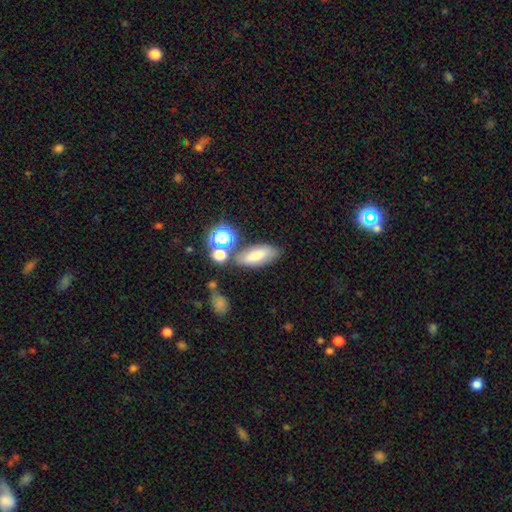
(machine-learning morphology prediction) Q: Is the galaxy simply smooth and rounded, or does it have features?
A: smooth — 71%.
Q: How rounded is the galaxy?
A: in between — 76%.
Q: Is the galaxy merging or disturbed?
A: none — 65%.